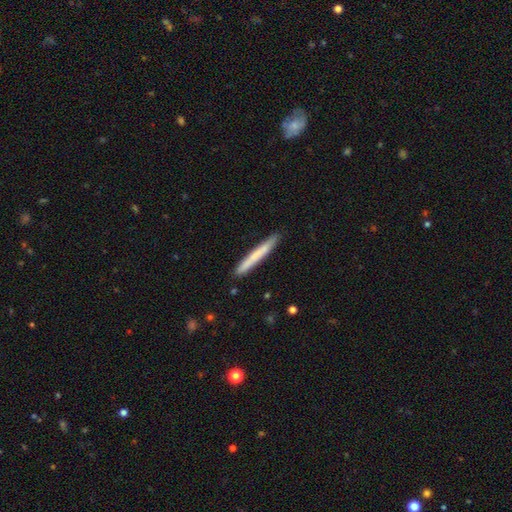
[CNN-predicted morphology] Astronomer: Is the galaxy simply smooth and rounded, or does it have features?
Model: smooth — 67%.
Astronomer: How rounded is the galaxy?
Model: cigar-shaped — 97%.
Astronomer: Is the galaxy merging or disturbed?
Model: none — 89%.